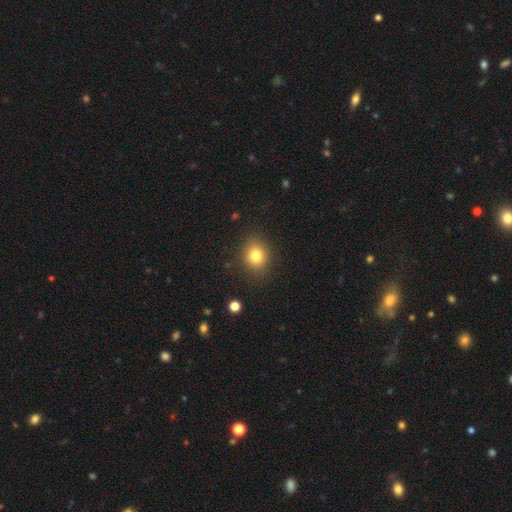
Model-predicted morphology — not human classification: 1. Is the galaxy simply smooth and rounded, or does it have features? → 80% smooth, 12% star or artifact, 8% featured or disk.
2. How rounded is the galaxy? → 72% round, 27% in between, 1% cigar-shaped.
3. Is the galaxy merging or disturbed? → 86% none, 9% minor disturbance, 3% major disturbance, 1% merger.